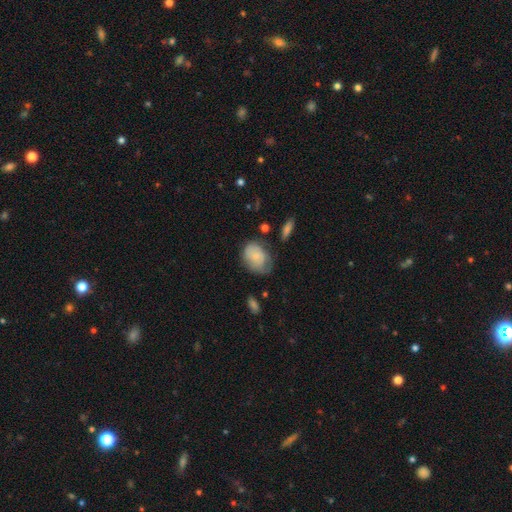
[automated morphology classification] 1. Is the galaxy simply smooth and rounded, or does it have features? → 69% smooth, 24% featured or disk, 7% star or artifact.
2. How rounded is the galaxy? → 62% in between, 37% round, 1% cigar-shaped.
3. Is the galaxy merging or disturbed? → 44% none, 36% minor disturbance, 17% major disturbance, 4% merger.